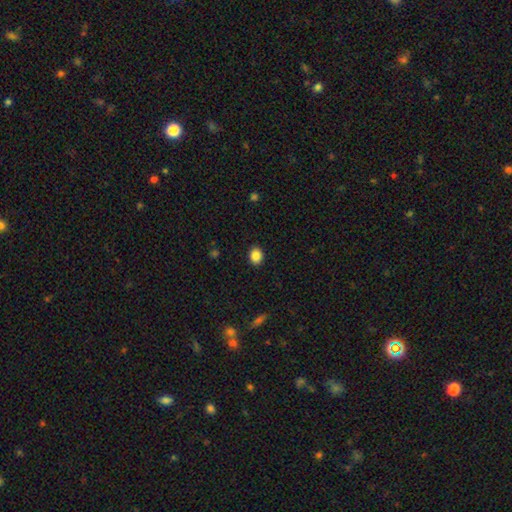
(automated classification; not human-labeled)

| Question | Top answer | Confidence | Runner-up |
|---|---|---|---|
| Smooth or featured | smooth | 85% | star or artifact (9%) |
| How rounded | round | 51% | in between (48%) |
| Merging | none | 90% | minor disturbance (7%) |